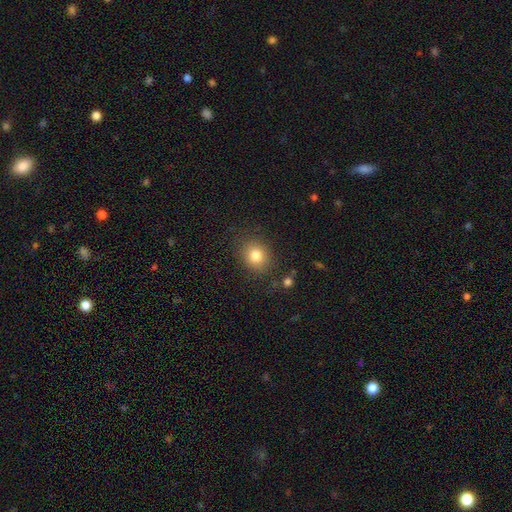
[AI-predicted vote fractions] smooth-or-featured: smooth: 81% | star or artifact: 11% | featured or disk: 8%
  how-rounded: round: 67% | in between: 32% | cigar-shaped: 1%
  merging: none: 83% | minor disturbance: 11% | major disturbance: 4% | merger: 2%